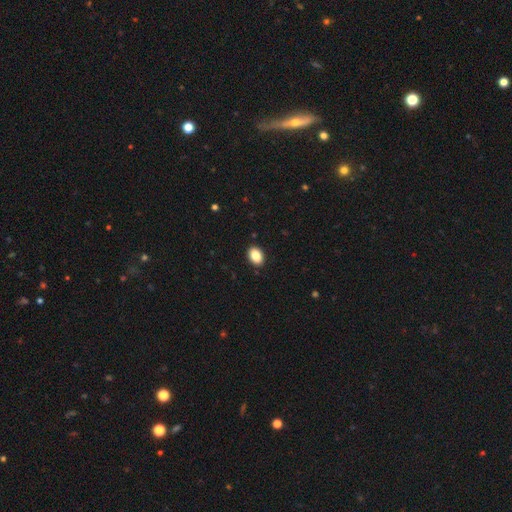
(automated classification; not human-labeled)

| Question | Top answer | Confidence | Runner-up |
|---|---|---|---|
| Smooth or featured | smooth | 87% | star or artifact (8%) |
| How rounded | in between | 81% | round (18%) |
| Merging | none | 91% | minor disturbance (7%) |